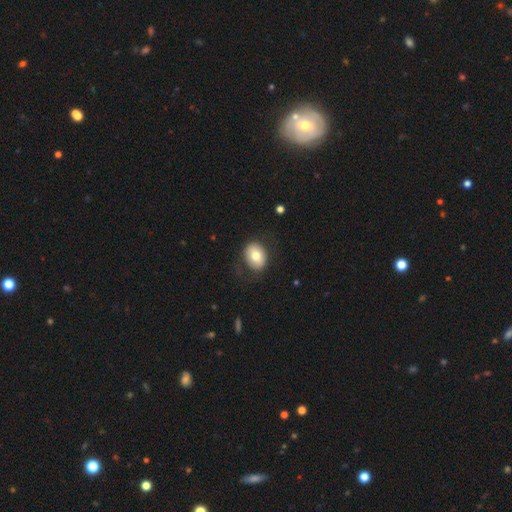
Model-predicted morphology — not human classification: smooth-or-featured: smooth: 73% | featured or disk: 20% | star or artifact: 7%
  how-rounded: in between: 63% | round: 36% | cigar-shaped: 1%
  merging: none: 76% | minor disturbance: 15% | major disturbance: 7% | merger: 1%